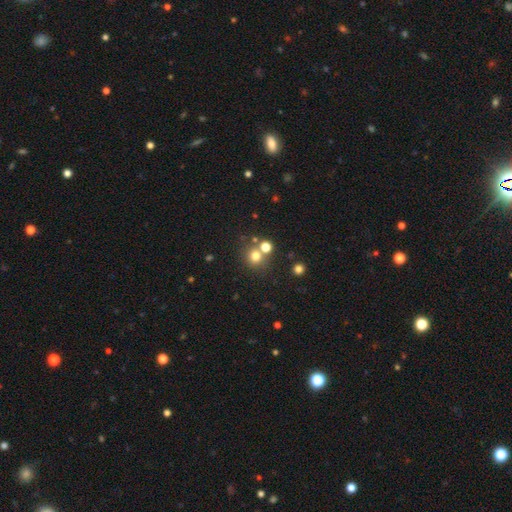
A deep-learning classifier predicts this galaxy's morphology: Smooth or featured?
  - smooth: 72% *
  - star or artifact: 18%
  - featured or disk: 10%
How rounded?
  - round: 87% *
  - in between: 12%
  - cigar-shaped: 1%
Merging?
  - none: 64% *
  - merger: 24%
  - minor disturbance: 8%
  - major disturbance: 4%